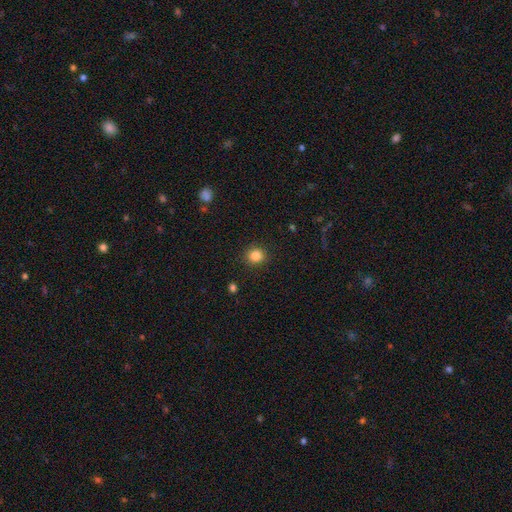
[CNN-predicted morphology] Smooth or featured? Predicted: smooth (p=0.84). How rounded? Predicted: round (p=0.88). Merging? Predicted: none (p=0.90).